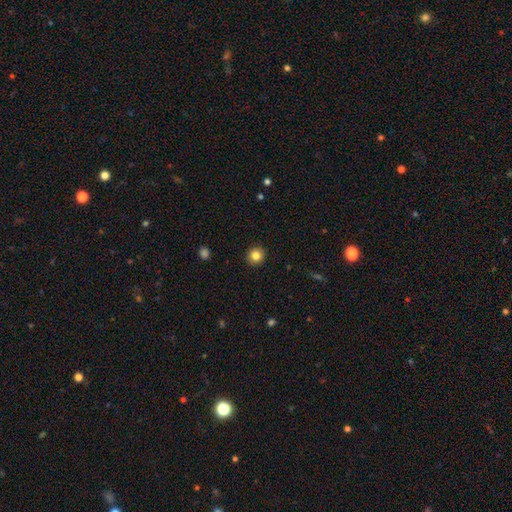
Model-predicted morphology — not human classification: smooth 83%, star or artifact 11%, featured or disk 7%. Down the decision tree: how rounded — round (92%); merging — none (92%).